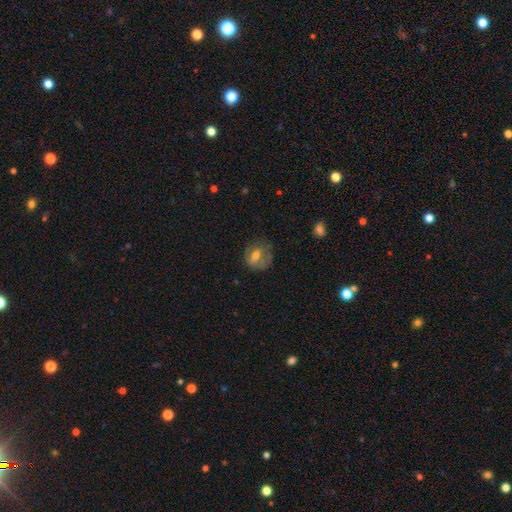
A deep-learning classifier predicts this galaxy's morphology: The model was most divided on "how rounded": round: 57%, in between: 42%, cigar-shaped: 2%. More confident: merging — none (56%); smooth or featured — smooth (53%).